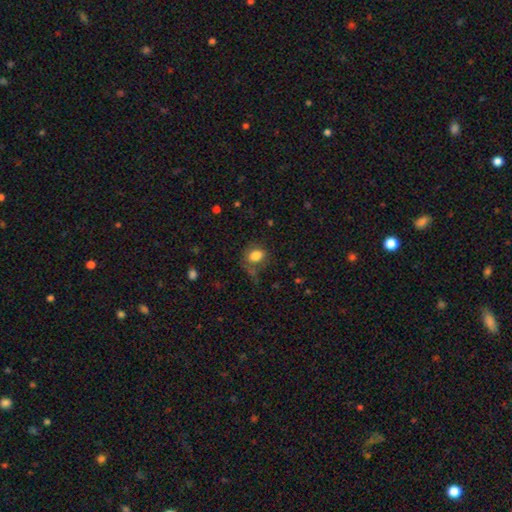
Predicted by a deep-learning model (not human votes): Smooth or featured: smooth — 82% (star or artifact — 10%)
How rounded: in between — 69% (round — 29%)
Merging: none — 60% (minor disturbance — 22%)